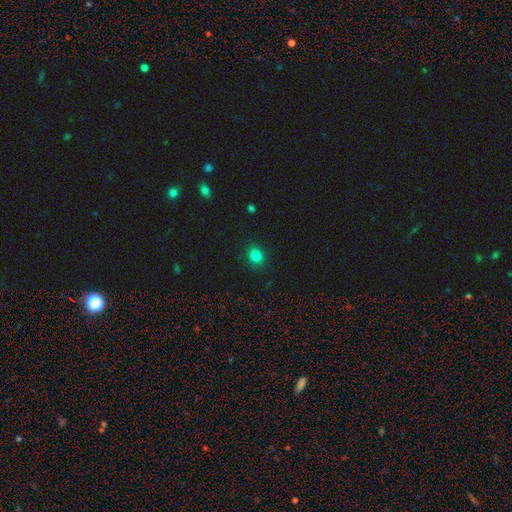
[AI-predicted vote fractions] smooth-or-featured: smooth: 82% | star or artifact: 13% | featured or disk: 5%
  how-rounded: round: 73% | in between: 26% | cigar-shaped: 1%
  merging: none: 90% | minor disturbance: 7% | major disturbance: 2% | merger: 1%